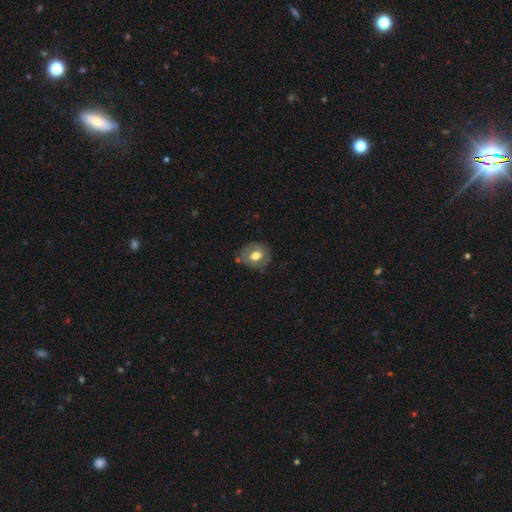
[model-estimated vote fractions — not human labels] smooth-or-featured: smooth: 57% | featured or disk: 36% | star or artifact: 7%
  how-rounded: round: 60% | in between: 39% | cigar-shaped: 1%
  merging: none: 69% | minor disturbance: 21% | major disturbance: 6% | merger: 4%